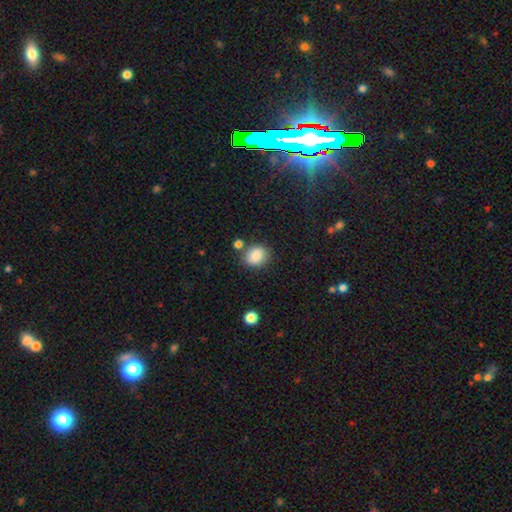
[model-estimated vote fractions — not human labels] Smooth or featured: smooth — 86% (star or artifact — 9%)
How rounded: round — 57% (in between — 42%)
Merging: none — 74% (minor disturbance — 13%)